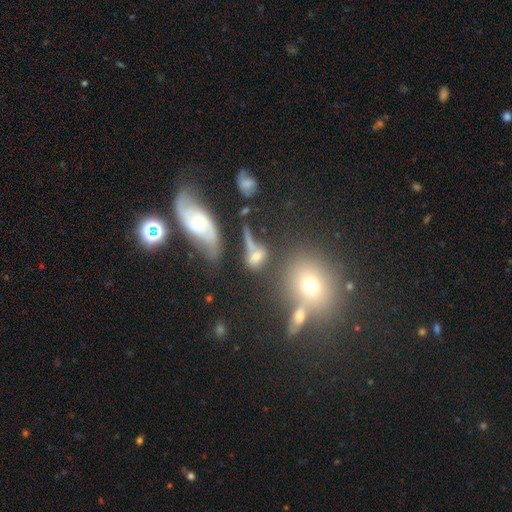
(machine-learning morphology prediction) Smooth or featured? Predicted: smooth (p=0.57). How rounded? Predicted: in between (p=0.64). Merging? Predicted: none (p=0.39).